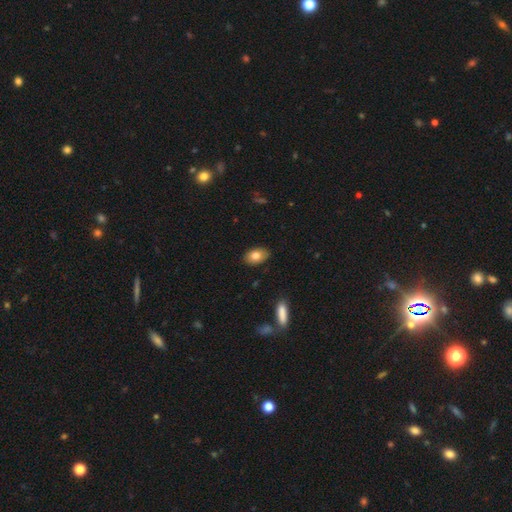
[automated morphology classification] A smooth galaxy with no disk features (79%) that is in between round and cigar-shaped (88%). Merging: none (87%).